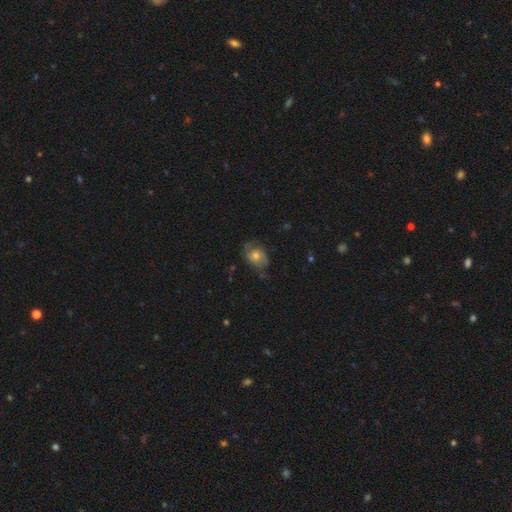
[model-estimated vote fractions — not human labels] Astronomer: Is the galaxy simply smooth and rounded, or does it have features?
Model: smooth — 47% (runner-up: featured or disk, 42%).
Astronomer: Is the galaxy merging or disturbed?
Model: none — 59%.